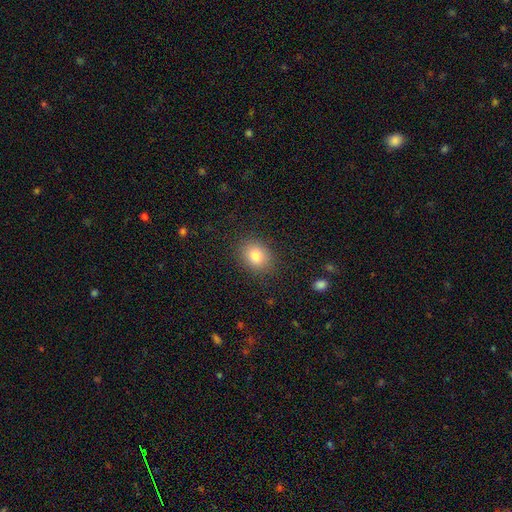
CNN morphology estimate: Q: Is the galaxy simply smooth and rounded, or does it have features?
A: smooth — 81%.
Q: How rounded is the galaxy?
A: round — 54%.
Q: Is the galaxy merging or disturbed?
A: none — 86%.